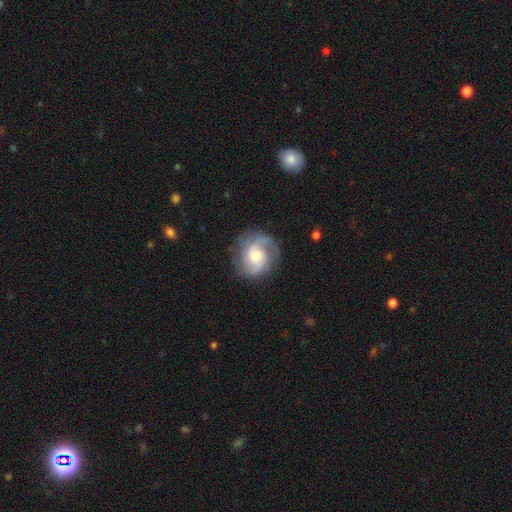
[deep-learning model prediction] smooth-or-featured: featured or disk: 76% | smooth: 17% | star or artifact: 7%
  disk-edge-on: no: 98% | yes: 2%
    bar: no: 62% | weak: 32% | strong: 6%
    has-spiral-arms: yes: 95% | no: 5%
      spiral-winding: medium: 46% | tight: 31% | loose: 23%
      spiral-arm-count: 2: 56% | 3: 18% | can't tell: 13% | 1: 5% | 4: 4% | more than 4: 3%
    bulge-size: moderate: 62% | small: 22% | large: 12% | none: 2% | dominant: 2%
  merging: none: 77% | minor disturbance: 15% | major disturbance: 7% | merger: 1%